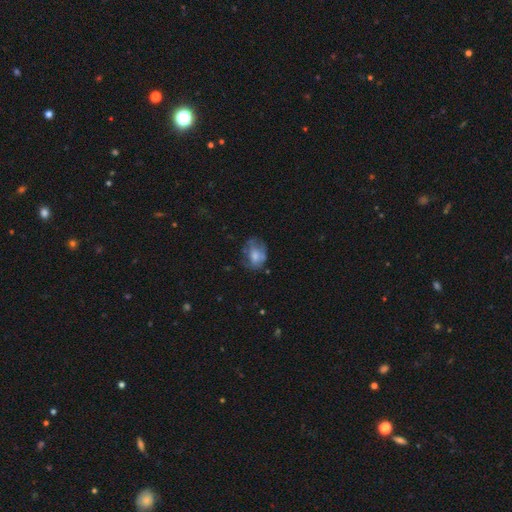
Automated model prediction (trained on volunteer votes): smooth-or-featured: smooth: 53% | featured or disk: 37% | star or artifact: 10%
  how-rounded: in between: 61% | round: 38% | cigar-shaped: 1%
  merging: none: 48% | minor disturbance: 27% | major disturbance: 22% | merger: 3%